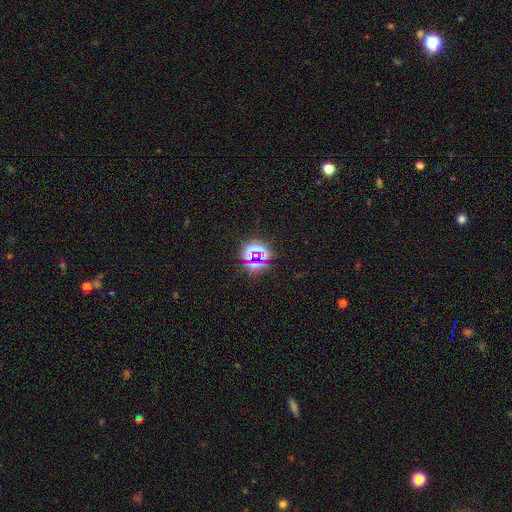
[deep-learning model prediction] star or artifact 74%, smooth 17%, featured or disk 9%.